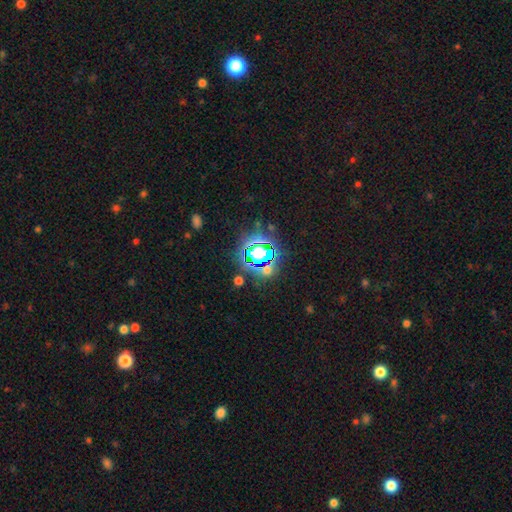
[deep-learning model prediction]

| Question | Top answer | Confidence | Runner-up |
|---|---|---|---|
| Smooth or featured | star or artifact | 65% | smooth (23%) |